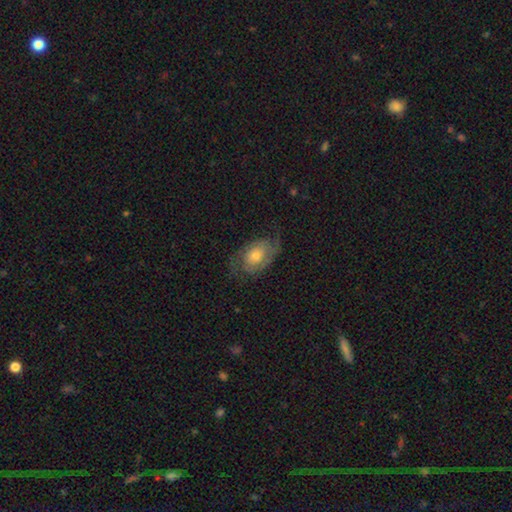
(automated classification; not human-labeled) Smooth or featured? featured or disk (67%)
Edge-on disk? no (95%)
Bar? no (75%)
Spiral arms? yes (86%)
Spiral winding? medium (42%)
Spiral arm count? 2 (76%)
Bulge size? moderate (55%)
Merging? none (65%)